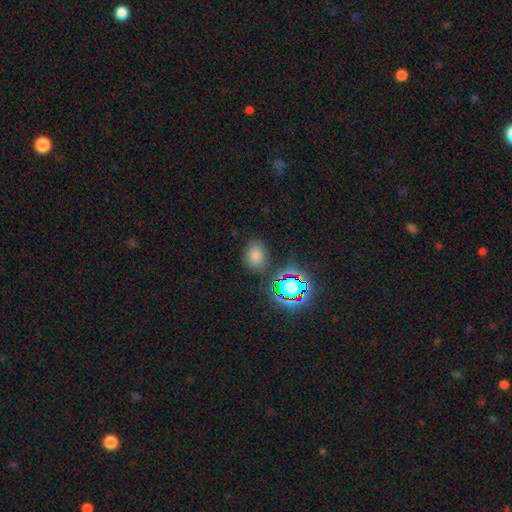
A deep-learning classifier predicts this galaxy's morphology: Overall: smooth (64%; star or artifact 29%). How rounded: in between (57%; round 42%). Merging: none (81%).